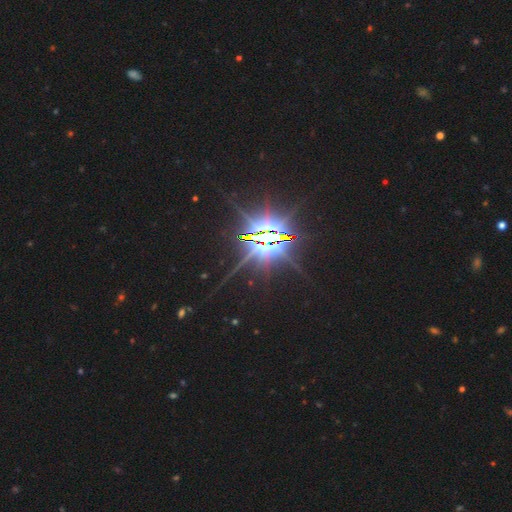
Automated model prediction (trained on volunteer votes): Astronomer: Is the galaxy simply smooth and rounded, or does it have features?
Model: star or artifact — 85%.